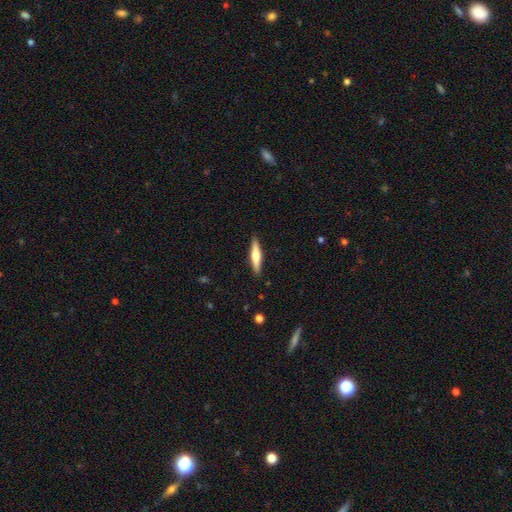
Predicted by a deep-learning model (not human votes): Smooth or featured: featured or disk — 48% (smooth — 46%)
Merging: none — 90% (minor disturbance — 7%)